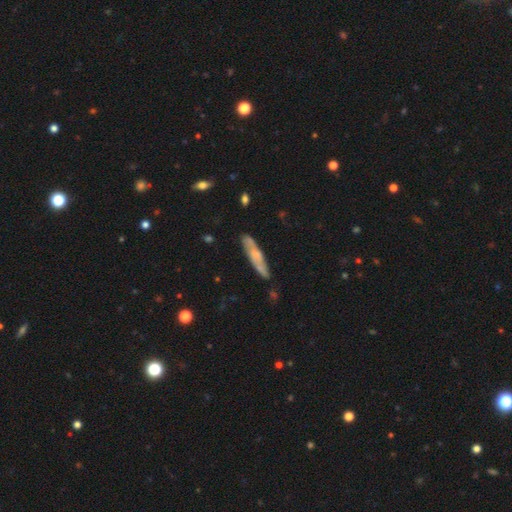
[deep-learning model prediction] This appears to be a featured or disk galaxy (51%) viewed edge-on (55%). Merging: none (79%).